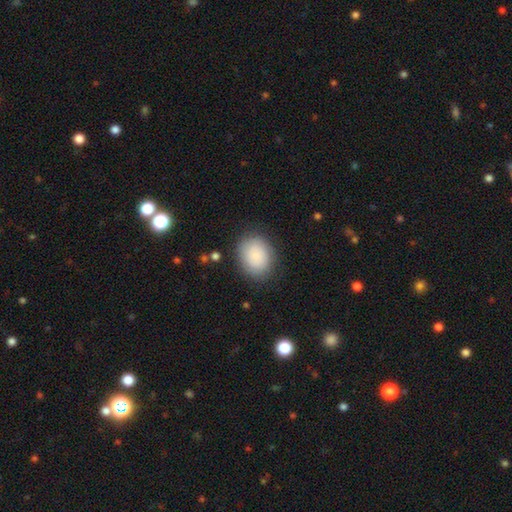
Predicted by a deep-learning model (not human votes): Smooth or featured: smooth — 87% (star or artifact — 7%)
How rounded: round — 51% (in between — 48%)
Merging: none — 83% (minor disturbance — 11%)